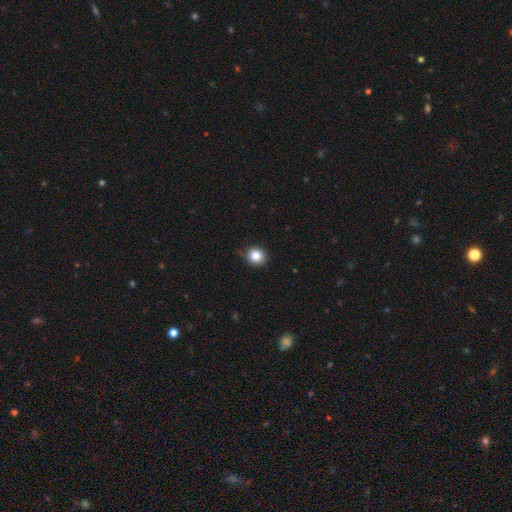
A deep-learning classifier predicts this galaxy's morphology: This appears to be a smooth galaxy with no disk features (84%) that is round (85%). Merging: none (81%).